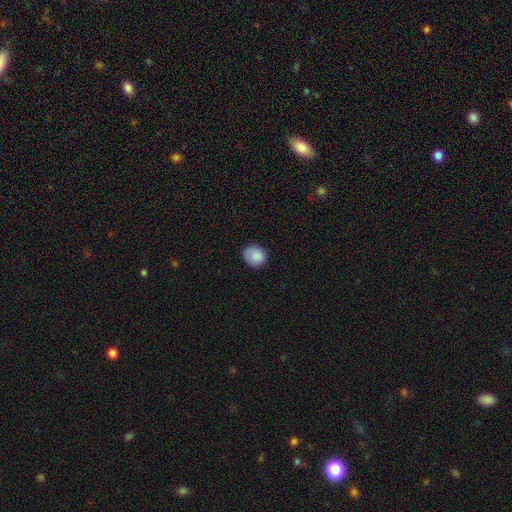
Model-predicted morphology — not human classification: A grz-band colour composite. It shows a smooth galaxy with no disk features (87%) that is round (69%). Merging: none (78%).